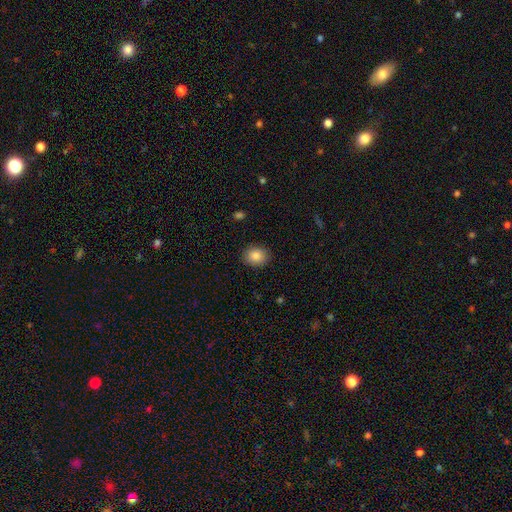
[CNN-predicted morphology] Q: Smooth or featured?
A: smooth (86%); runner-up: star or artifact (9%)
Q: How rounded?
A: round (57%); runner-up: in between (42%)
Q: Merging?
A: none (89%); runner-up: minor disturbance (8%)